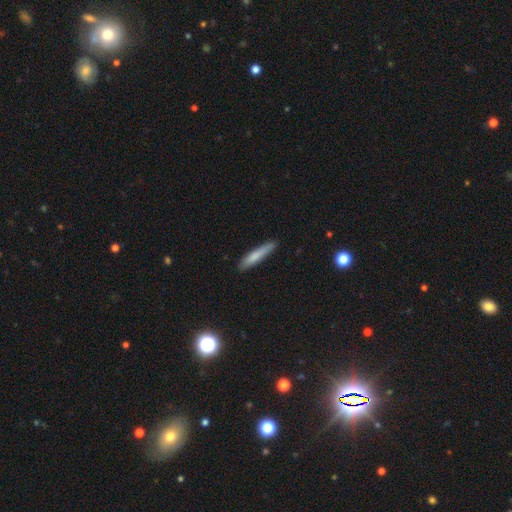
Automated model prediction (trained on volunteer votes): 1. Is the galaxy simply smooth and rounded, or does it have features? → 77% smooth, 17% featured or disk, 6% star or artifact.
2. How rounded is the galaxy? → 90% cigar-shaped, 9% in between, 1% round.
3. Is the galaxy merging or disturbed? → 82% none, 14% minor disturbance, 2% major disturbance, 1% merger.